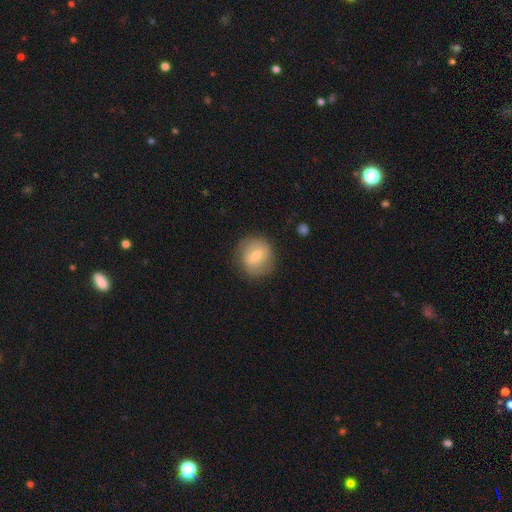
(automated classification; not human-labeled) Morphology: type=smooth (55%); roundness=round (82%); merging=none (78%).